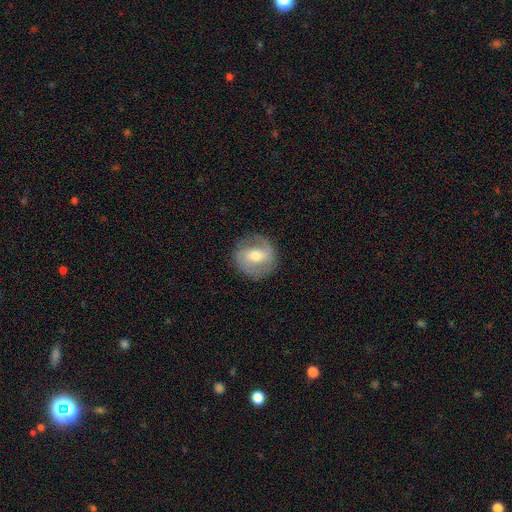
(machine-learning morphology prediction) type=featured or disk (68%); edge-on=no (96%); bar=weak (45%); spiral arms=yes (83%); winding=medium (46%); arm count=2 (82%); bulge=moderate (67%); merging=none (82%).